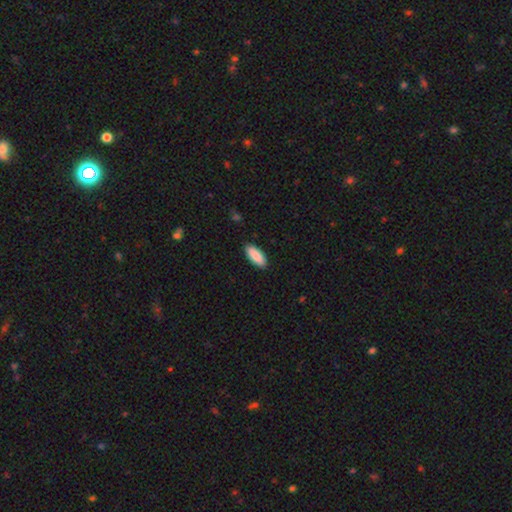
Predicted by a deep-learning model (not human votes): smooth_or_featured: smooth (p=0.91) [alt: star or artifact p=0.05]
how_rounded: in between (p=0.85) [alt: cigar-shaped p=0.14]
merging: none (p=0.90) [alt: minor disturbance p=0.08]